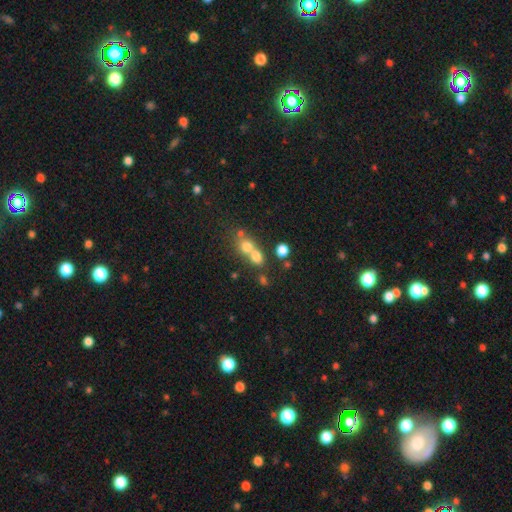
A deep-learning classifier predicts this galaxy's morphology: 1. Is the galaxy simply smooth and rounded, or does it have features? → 71% smooth, 15% star or artifact, 15% featured or disk.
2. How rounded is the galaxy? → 65% round, 33% in between, 2% cigar-shaped.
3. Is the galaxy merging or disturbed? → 56% merger, 33% none, 6% minor disturbance, 4% major disturbance.